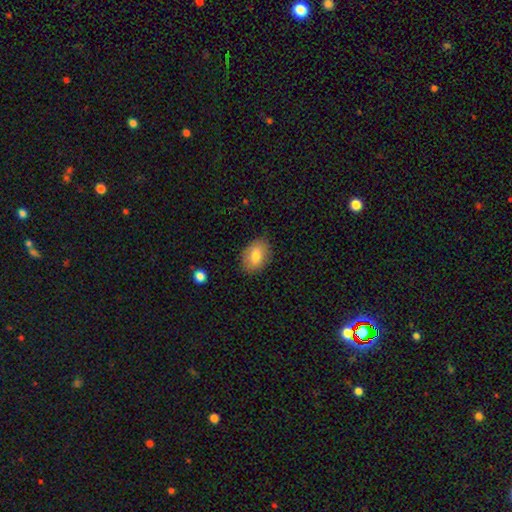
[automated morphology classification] Overall: smooth (76%). How rounded: in between (83%). Merging: none (81%).